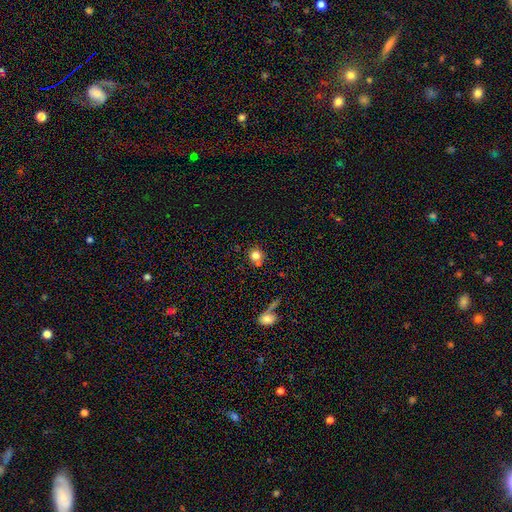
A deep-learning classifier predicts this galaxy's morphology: A smooth galaxy with no disk features (79%) that is round (88%). Merging: none (69%).